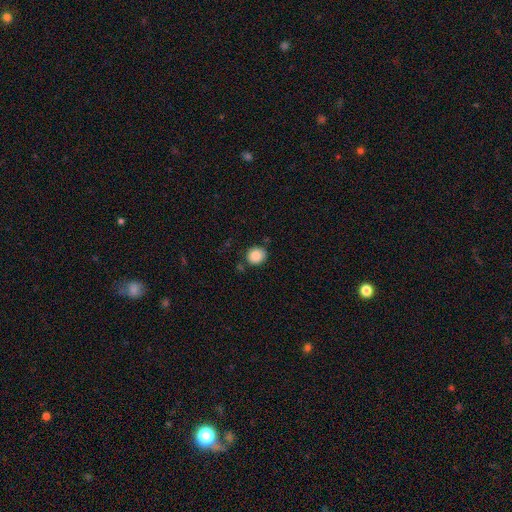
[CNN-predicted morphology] A smooth galaxy with no disk features (87%) that is round (82%). Merging: none (80%).